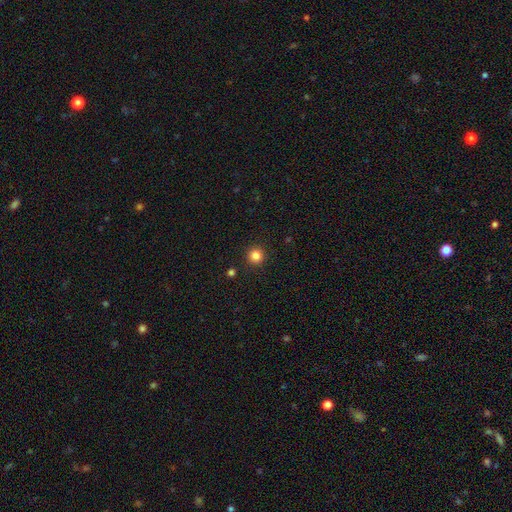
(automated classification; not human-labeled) A smooth galaxy with no disk features (84%) that is round (96%). Merging: none (92%).